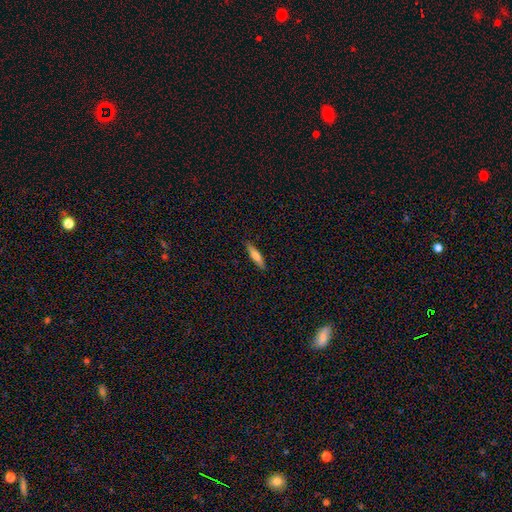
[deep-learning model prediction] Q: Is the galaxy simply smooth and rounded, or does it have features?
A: smooth — 72%.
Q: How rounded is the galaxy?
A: cigar-shaped — 76%.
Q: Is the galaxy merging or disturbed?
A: none — 89%.